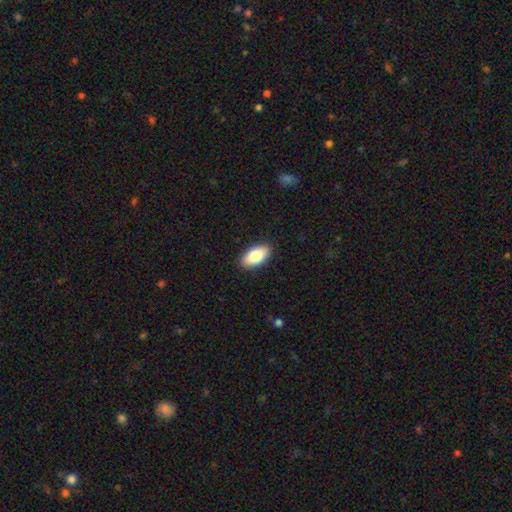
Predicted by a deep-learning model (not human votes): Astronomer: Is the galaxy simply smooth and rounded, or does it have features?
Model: smooth — 82%.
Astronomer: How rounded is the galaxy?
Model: in between — 93%.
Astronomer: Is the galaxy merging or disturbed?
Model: none — 89%.